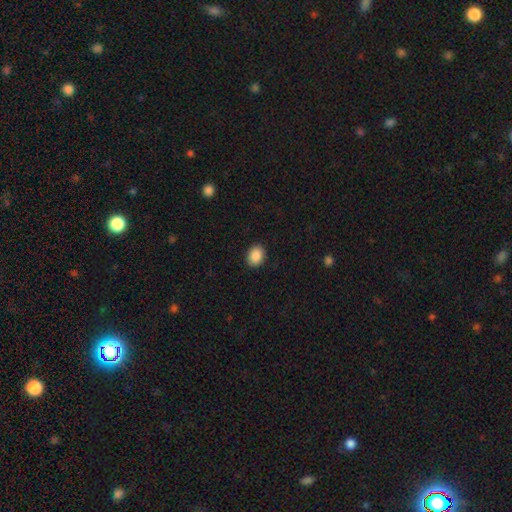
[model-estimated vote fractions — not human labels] smooth_or_featured: smooth (p=0.89) [alt: star or artifact p=0.08]
how_rounded: in between (p=0.62) [alt: round p=0.37]
merging: none (p=0.90) [alt: minor disturbance p=0.07]